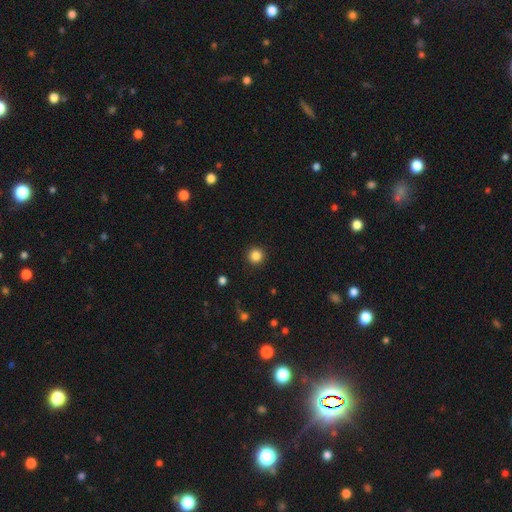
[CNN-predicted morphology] Smooth or featured? smooth (85%)
How rounded? round (96%)
Merging? none (92%)